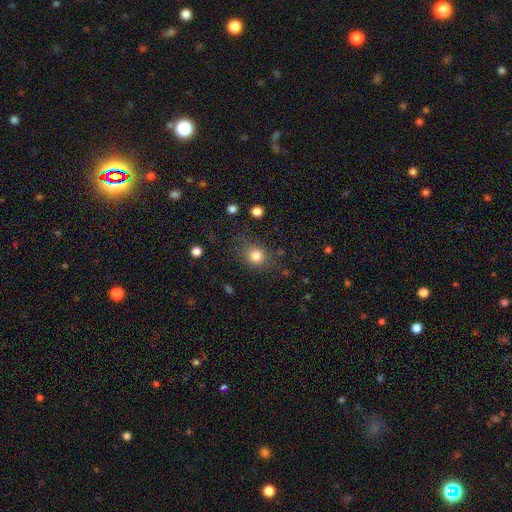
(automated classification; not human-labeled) Q: Smooth or featured?
A: smooth (81%); runner-up: star or artifact (12%)
Q: How rounded?
A: round (76%); runner-up: in between (23%)
Q: Merging?
A: none (76%); runner-up: minor disturbance (15%)